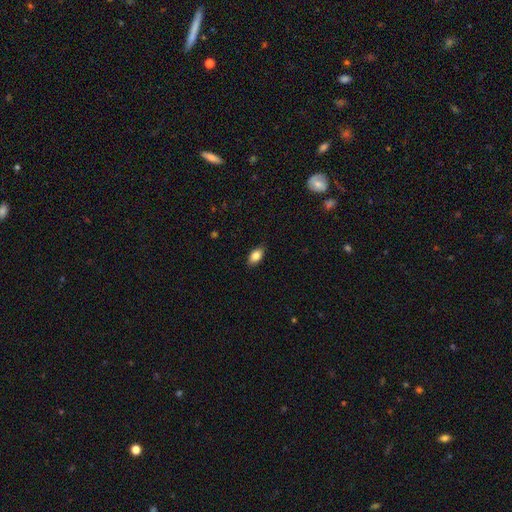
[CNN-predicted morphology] This is clearly a smooth galaxy (86%). How rounded: clearly in between (91%). Merging: clearly none (86%).